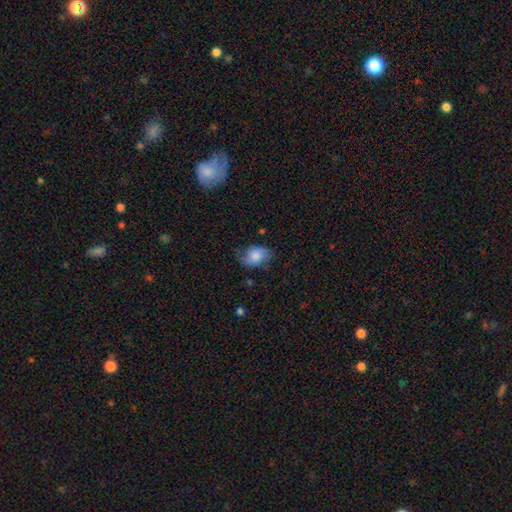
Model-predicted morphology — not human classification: A smooth galaxy with no disk features (74%) that is in between round and cigar-shaped (76%). Merging: none (59%).